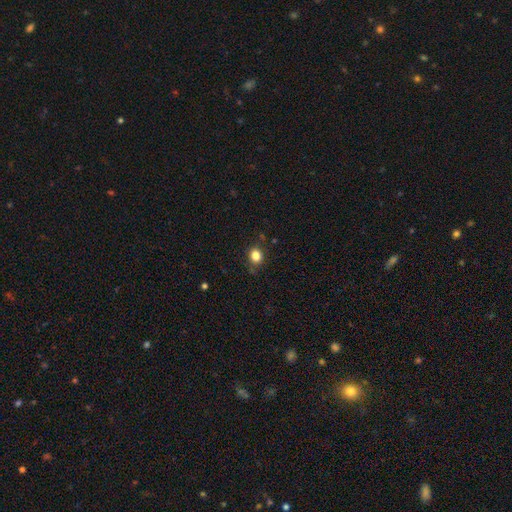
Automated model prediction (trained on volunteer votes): Overall: smooth (83%). How rounded: round (66%; in between 34%). Merging: none (80%).